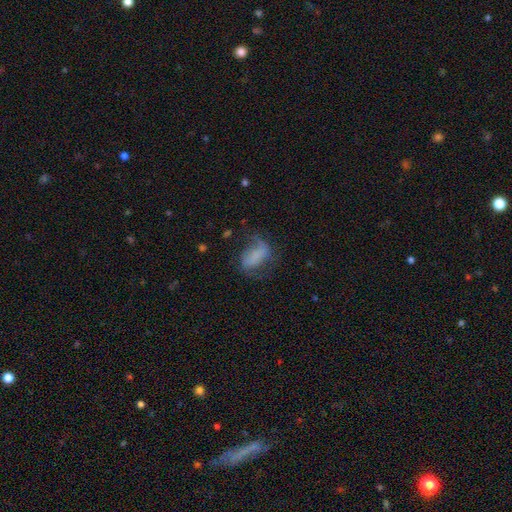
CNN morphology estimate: Smooth or featured: smooth — 47% (featured or disk — 42%)
Merging: none — 39% (major disturbance — 34%)